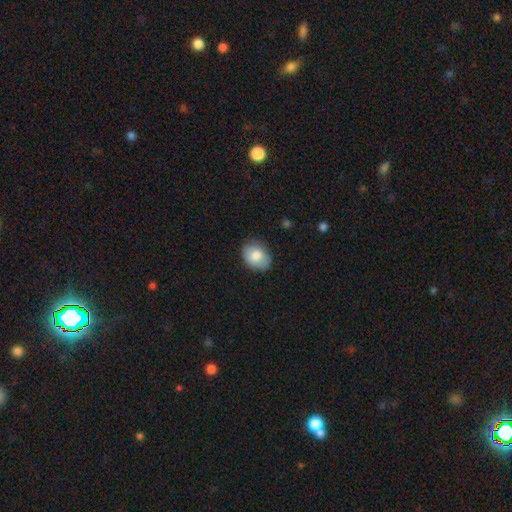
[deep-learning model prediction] A smooth galaxy with no disk features (79%) that is in between round and cigar-shaped (69%).

Vote fractions:
- Smooth or featured? smooth: 79% / featured or disk: 14% / star or artifact: 7%
- How rounded? in between: 69% / round: 30% / cigar-shaped: 1%
- Merging? none: 78% / minor disturbance: 17% / major disturbance: 3% / merger: 1%